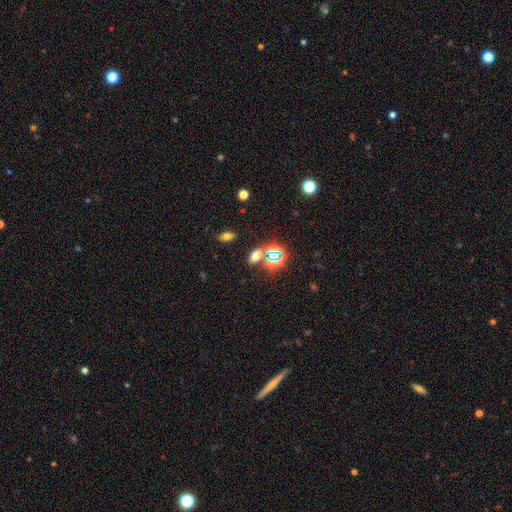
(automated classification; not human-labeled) A smooth galaxy with no disk features (45%, tied with star or artifact). Merging: none (74%).